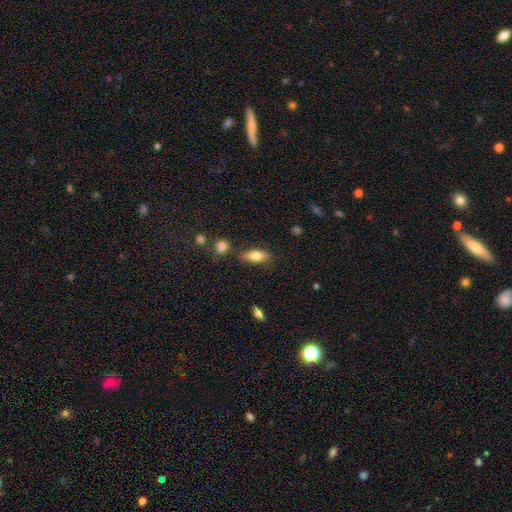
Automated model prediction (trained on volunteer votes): Q: Smooth or featured?
A: smooth (72%); runner-up: featured or disk (21%)
Q: How rounded?
A: in between (71%); runner-up: cigar-shaped (25%)
Q: Merging?
A: none (79%); runner-up: minor disturbance (13%)